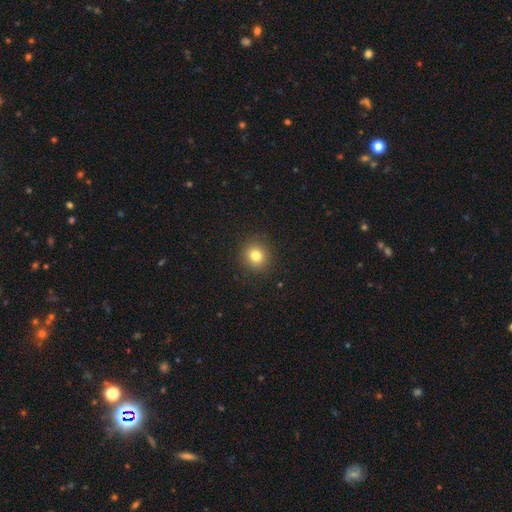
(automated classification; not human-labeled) Smooth or featured? Predicted: smooth (p=0.81). How rounded? Predicted: round (p=0.88). Merging? Predicted: none (p=0.90).